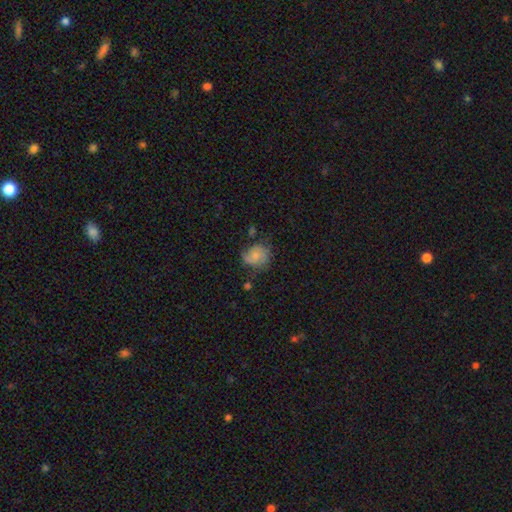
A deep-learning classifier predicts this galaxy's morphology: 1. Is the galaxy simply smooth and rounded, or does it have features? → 53% smooth, 38% featured or disk, 9% star or artifact.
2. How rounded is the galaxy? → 67% round, 32% in between, 1% cigar-shaped.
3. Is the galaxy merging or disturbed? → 54% none, 28% minor disturbance, 14% major disturbance, 3% merger.